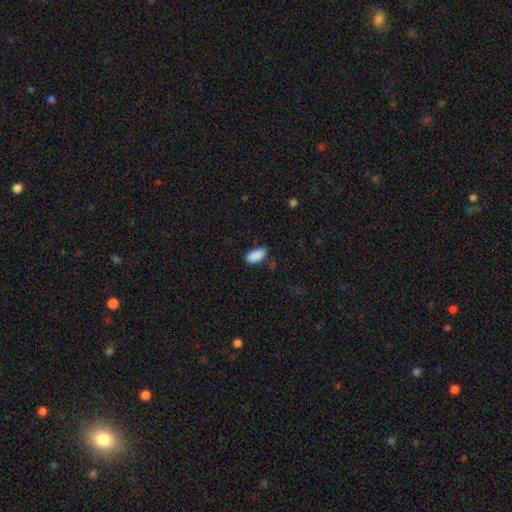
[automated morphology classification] Overall: smooth (90%). How rounded: in between (92%). Merging: none (79%).